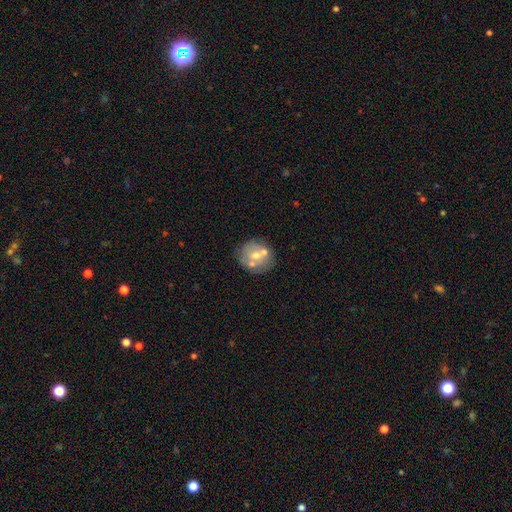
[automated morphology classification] This is possibly a smooth galaxy (51%). How rounded: clearly round (80%). Merging: likely none (60%).